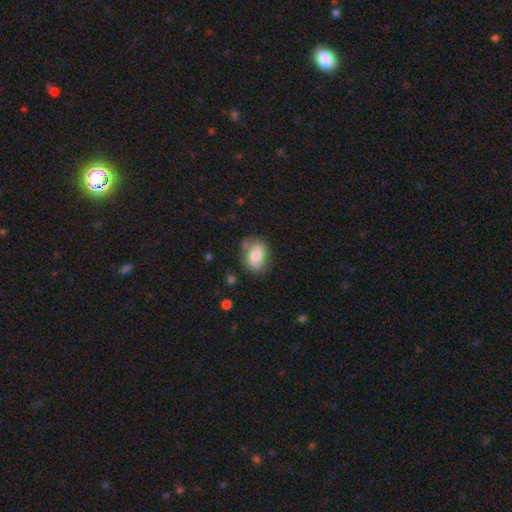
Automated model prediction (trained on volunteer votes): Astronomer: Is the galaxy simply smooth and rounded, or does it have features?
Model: smooth — 75%.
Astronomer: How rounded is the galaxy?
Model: in between — 77%.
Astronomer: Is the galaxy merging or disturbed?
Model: none — 69%.